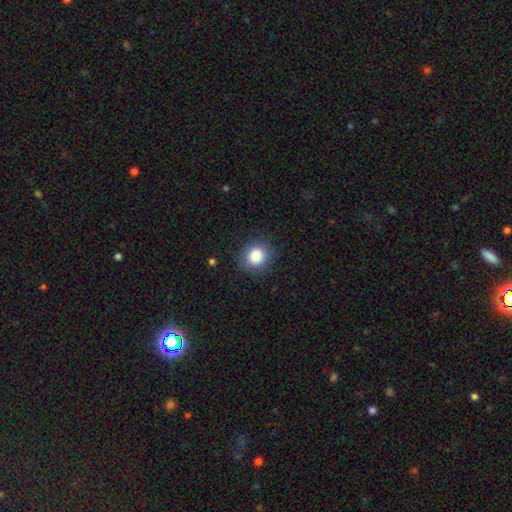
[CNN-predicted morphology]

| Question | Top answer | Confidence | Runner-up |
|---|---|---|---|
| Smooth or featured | smooth | 85% | star or artifact (10%) |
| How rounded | round | 85% | in between (14%) |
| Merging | none | 86% | minor disturbance (10%) |